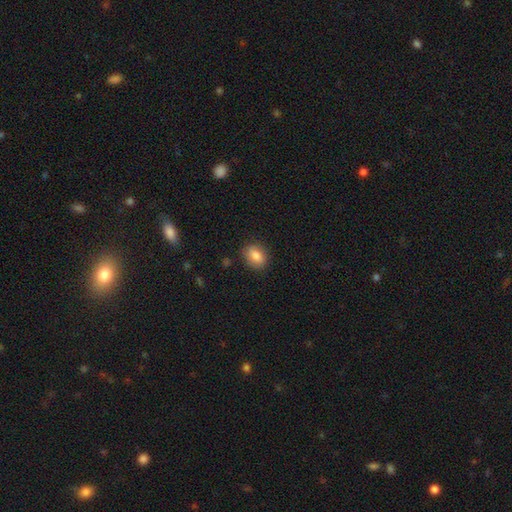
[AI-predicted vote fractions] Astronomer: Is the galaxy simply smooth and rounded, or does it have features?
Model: smooth — 84%.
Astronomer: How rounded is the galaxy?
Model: in between — 68%.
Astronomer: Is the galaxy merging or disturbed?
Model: none — 82%.